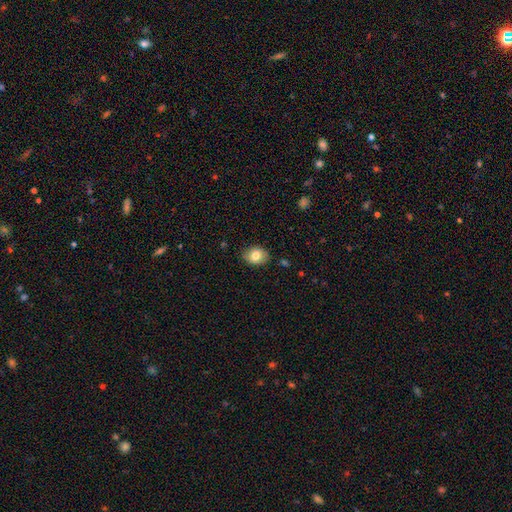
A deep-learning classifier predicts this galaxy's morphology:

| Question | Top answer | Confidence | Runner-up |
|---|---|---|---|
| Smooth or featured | smooth | 81% | featured or disk (11%) |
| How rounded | in between | 54% | round (45%) |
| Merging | none | 85% | minor disturbance (11%) |